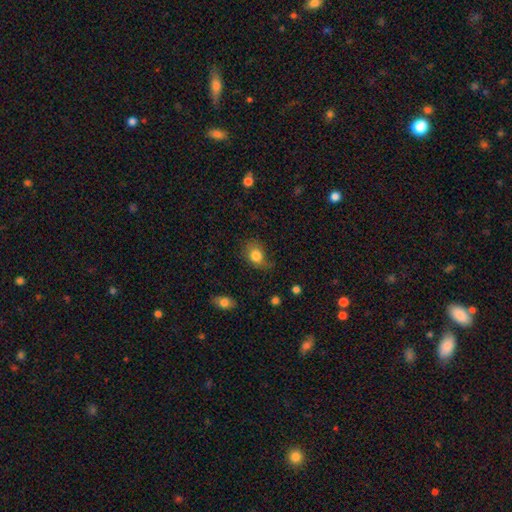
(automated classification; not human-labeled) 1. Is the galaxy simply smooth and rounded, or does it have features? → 82% smooth, 9% star or artifact, 9% featured or disk.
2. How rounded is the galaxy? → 53% round, 46% in between, 1% cigar-shaped.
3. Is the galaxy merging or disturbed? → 57% none, 29% minor disturbance, 12% major disturbance, 2% merger.